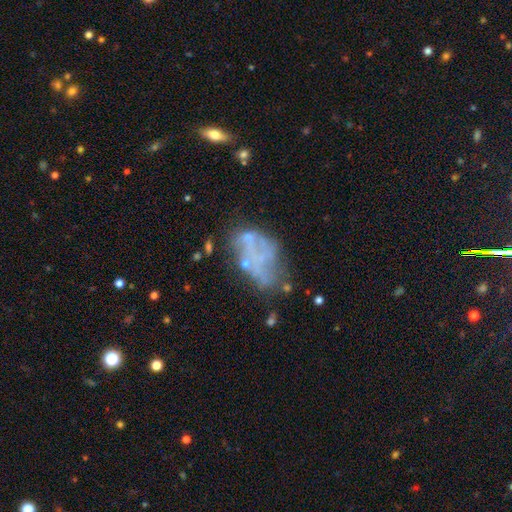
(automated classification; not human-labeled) This appears to be a featured or disk galaxy (59%) with no bar (91%), no spiral arms (90%) and no central bulge (78%). Merging: none (39%).